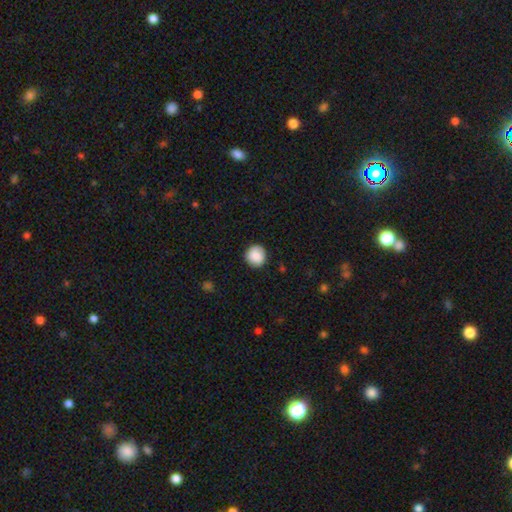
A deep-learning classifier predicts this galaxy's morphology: Smooth or featured? Predicted: smooth (p=0.86). How rounded? Predicted: round (p=0.91). Merging? Predicted: none (p=0.87).